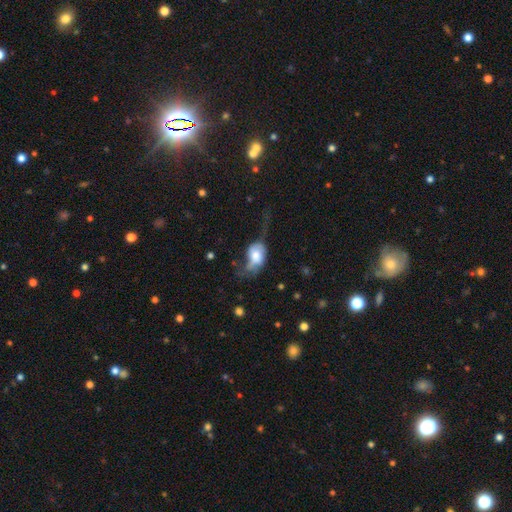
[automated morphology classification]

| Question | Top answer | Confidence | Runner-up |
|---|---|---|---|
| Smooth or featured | smooth | 57% | featured or disk (35%) |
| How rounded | in between | 78% | round (20%) |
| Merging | major disturbance | 51% | minor disturbance (23%) |